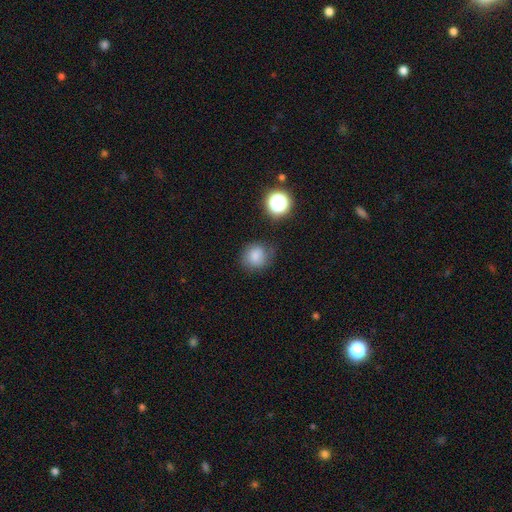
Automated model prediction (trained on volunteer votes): smooth 79%, star or artifact 13%, featured or disk 8%. Down the decision tree: how rounded — round (78%); merging — none (69%).